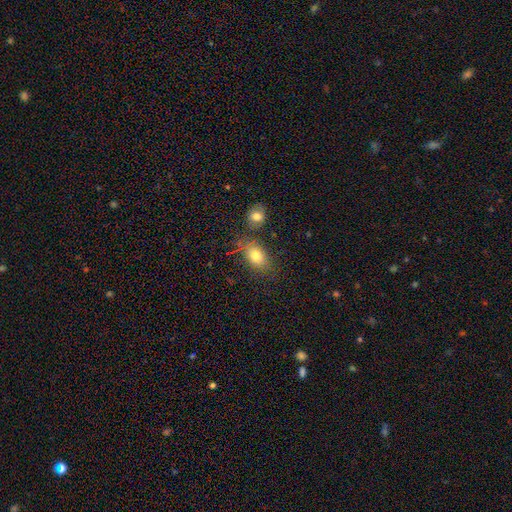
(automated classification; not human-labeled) This is likely a smooth galaxy (79%). How rounded: clearly in between (81%). Merging: likely none (68%).